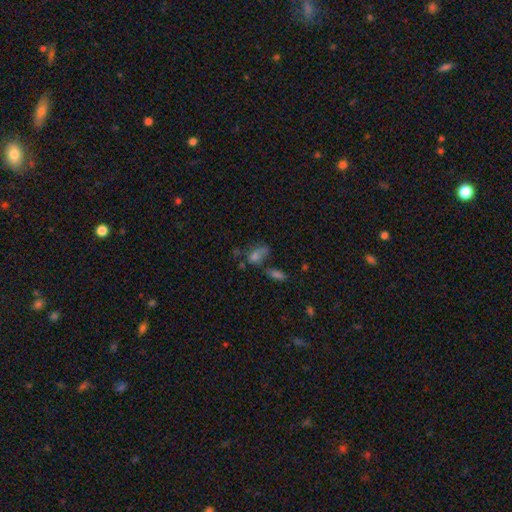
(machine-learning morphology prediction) This appears to be a smooth galaxy with no disk features (59%) that is in between round and cigar-shaped (75%). Merging: none (33%).